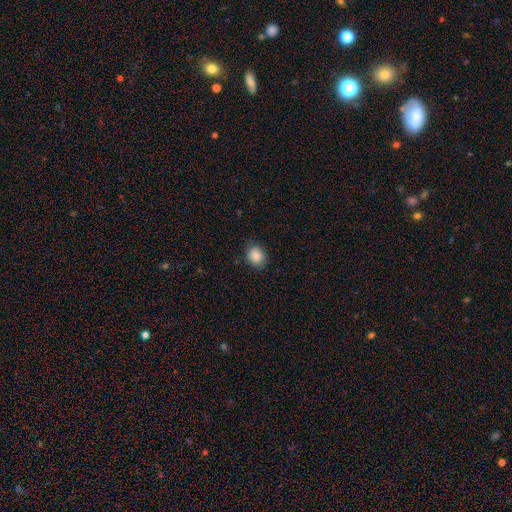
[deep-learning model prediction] This appears to be a smooth galaxy with no disk features (86%) that is round (64%). Merging: none (82%).